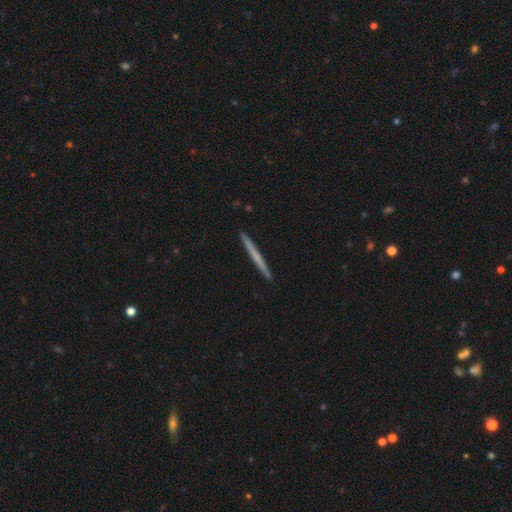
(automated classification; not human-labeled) Smooth or featured?
  - smooth: 49% *
  - featured or disk: 46%
  - star or artifact: 5%
Merging?
  - none: 93% *
  - minor disturbance: 5%
  - major disturbance: 1%
  - merger: 1%